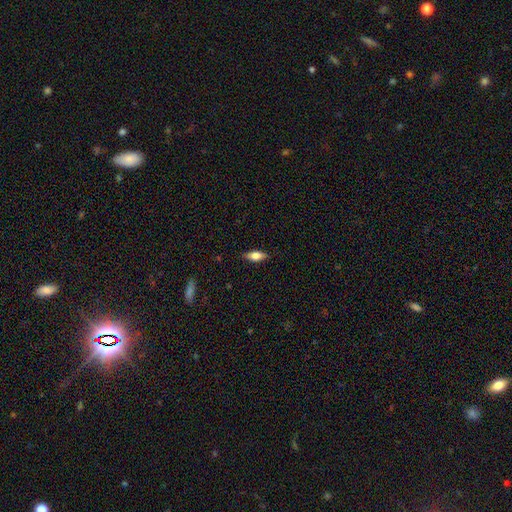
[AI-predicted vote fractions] A smooth galaxy with no disk features (64%) that is in between round and cigar-shaped (71%).

Vote fractions:
- Smooth or featured? smooth: 64% / featured or disk: 28% / star or artifact: 7%
- How rounded? in between: 71% / cigar-shaped: 26% / round: 3%
- Merging? none: 86% / minor disturbance: 11% / major disturbance: 2% / merger: 1%